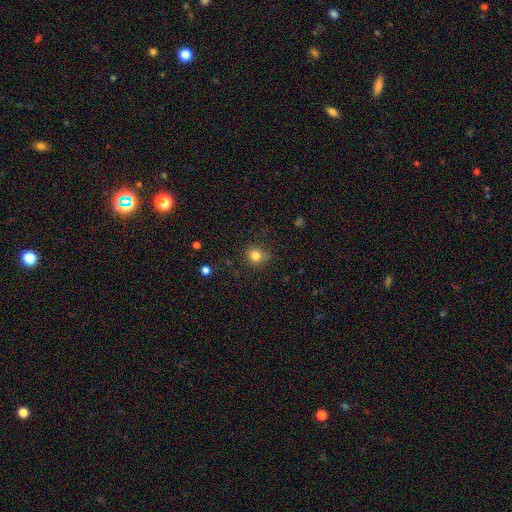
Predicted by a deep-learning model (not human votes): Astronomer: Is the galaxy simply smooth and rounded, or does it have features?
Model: smooth — 81%.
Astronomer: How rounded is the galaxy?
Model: round — 81%.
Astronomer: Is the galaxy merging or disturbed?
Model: none — 79%.